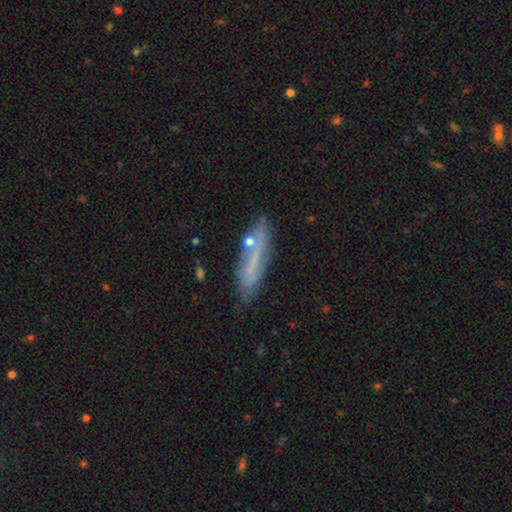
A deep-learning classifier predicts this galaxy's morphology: Smooth or featured? smooth (48%)
Merging? none (67%)